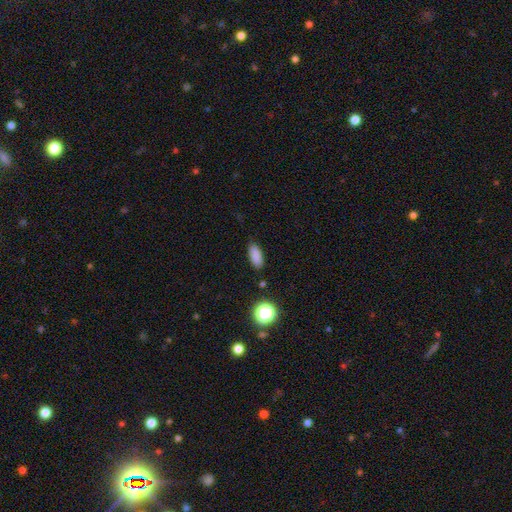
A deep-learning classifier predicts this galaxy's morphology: smooth_or_featured: smooth (p=0.85) [alt: star or artifact p=0.11]
how_rounded: in between (p=0.79) [alt: cigar-shaped p=0.17]
merging: none (p=0.86) [alt: minor disturbance p=0.10]